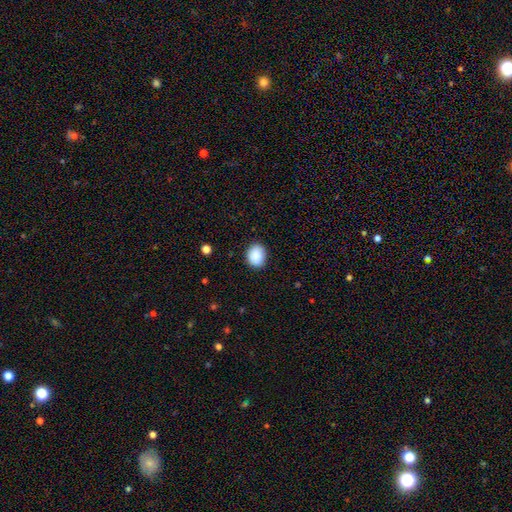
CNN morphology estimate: Overall: smooth (90%). How rounded: in between (53%; round 46%). Merging: none (86%).